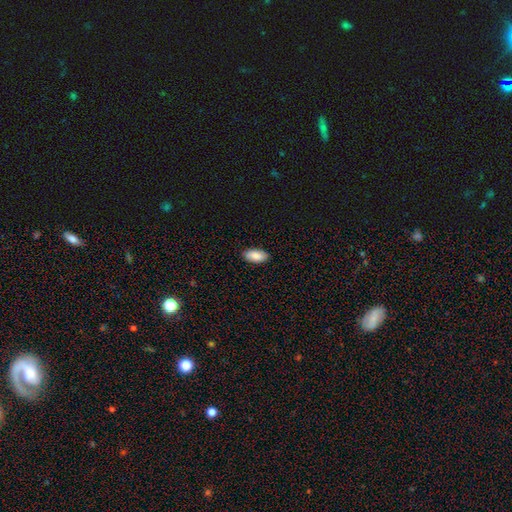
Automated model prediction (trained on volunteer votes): smooth 87%, featured or disk 7%, star or artifact 6%. Down the decision tree: how rounded — in between (93%); merging — none (88%).